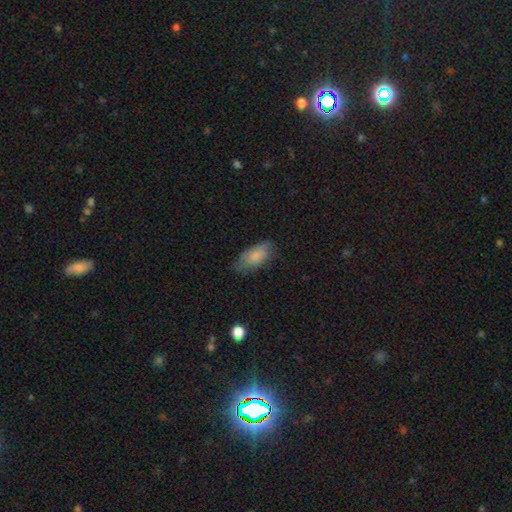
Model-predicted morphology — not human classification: A smooth galaxy with no disk features (78%) that is in between round and cigar-shaped (90%). Merging: none (64%).